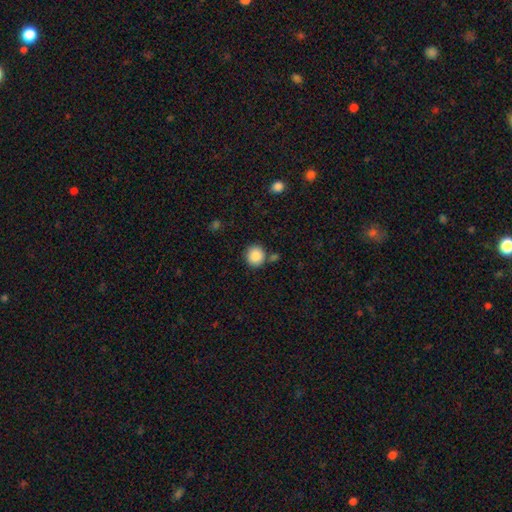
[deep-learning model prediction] A smooth galaxy with no disk features (88%) that is round (89%). Merging: none (78%).